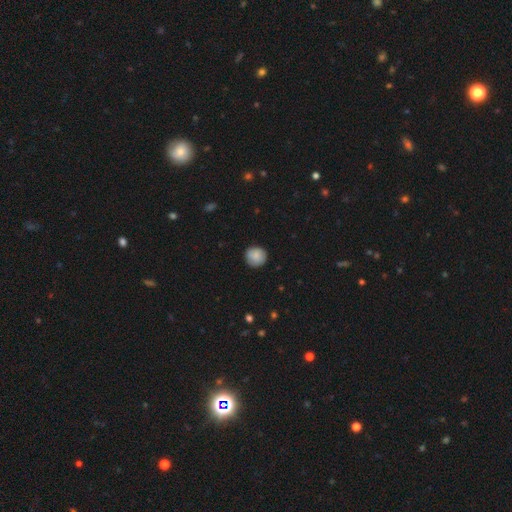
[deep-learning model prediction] This is clearly a smooth galaxy (87%). How rounded: clearly round (93%). Merging: clearly none (87%).